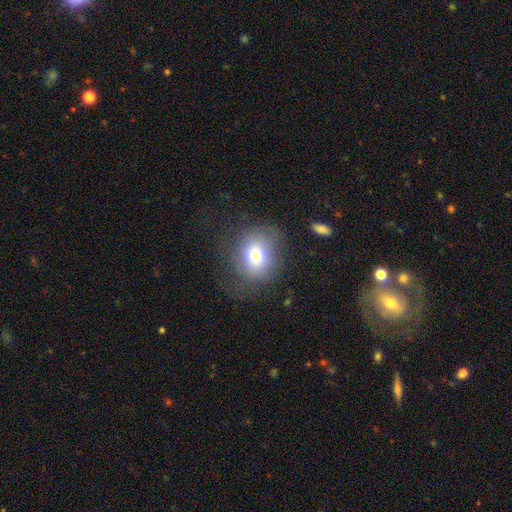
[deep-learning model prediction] This is likely a smooth galaxy (72%). How rounded: likely round (71%). Merging: likely none (67%).